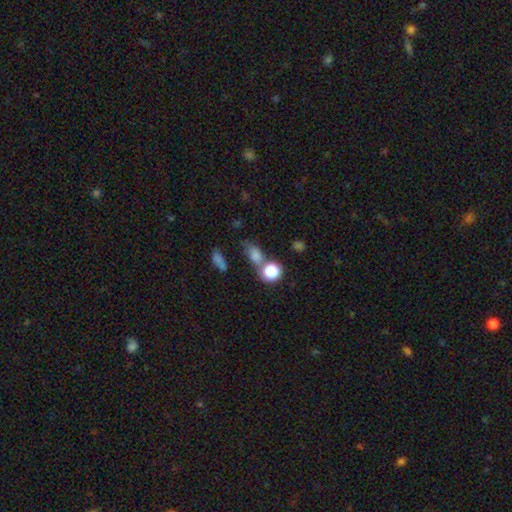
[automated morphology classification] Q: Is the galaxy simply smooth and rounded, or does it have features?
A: smooth — 69%.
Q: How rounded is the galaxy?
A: in between — 52%.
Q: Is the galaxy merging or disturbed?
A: none — 46%.